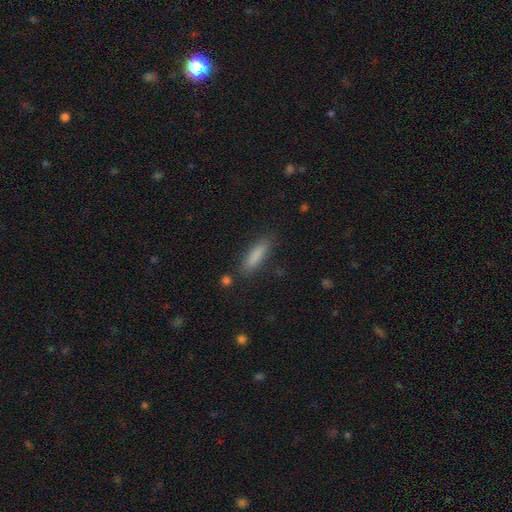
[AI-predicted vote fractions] Morphology: type=smooth (84%); roundness=cigar-shaped (71%); merging=none (85%).